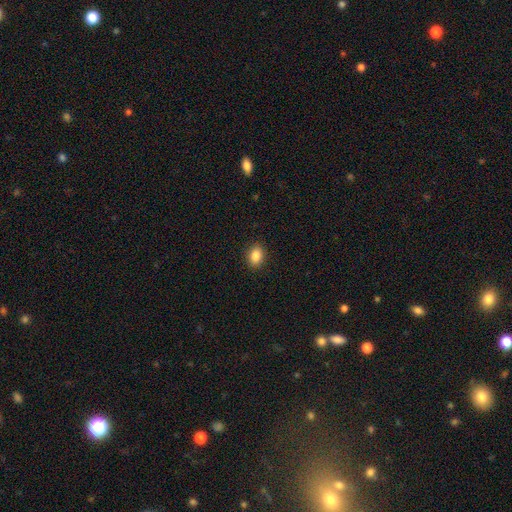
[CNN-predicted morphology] type=smooth (87%); roundness=in between (75%); merging=none (90%).